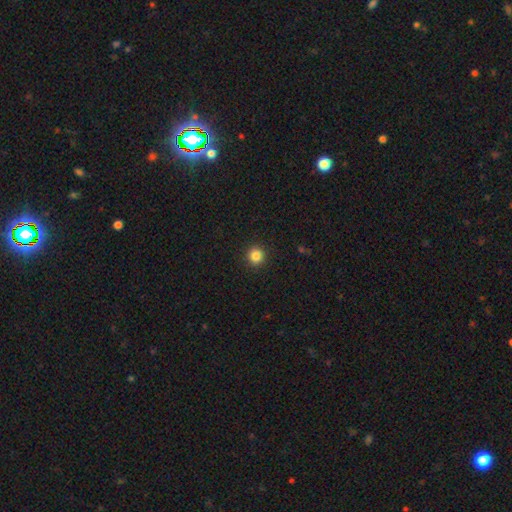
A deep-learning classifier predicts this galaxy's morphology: Q: Smooth or featured?
A: smooth (85%); runner-up: star or artifact (11%)
Q: How rounded?
A: round (93%); runner-up: in between (6%)
Q: Merging?
A: none (92%); runner-up: minor disturbance (5%)